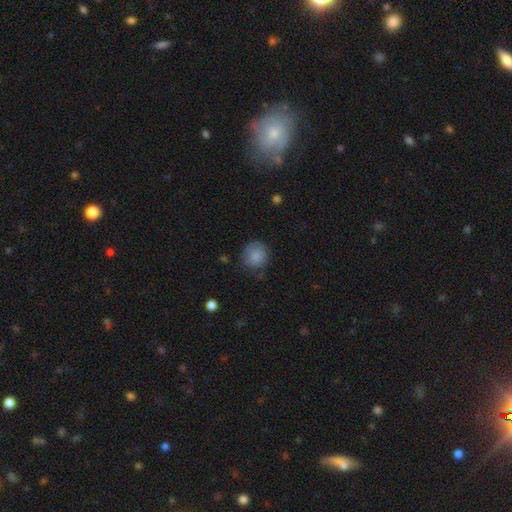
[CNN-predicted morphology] Smooth or featured: smooth — 82% (featured or disk — 10%)
How rounded: round — 83% (in between — 16%)
Merging: none — 70% (minor disturbance — 22%)